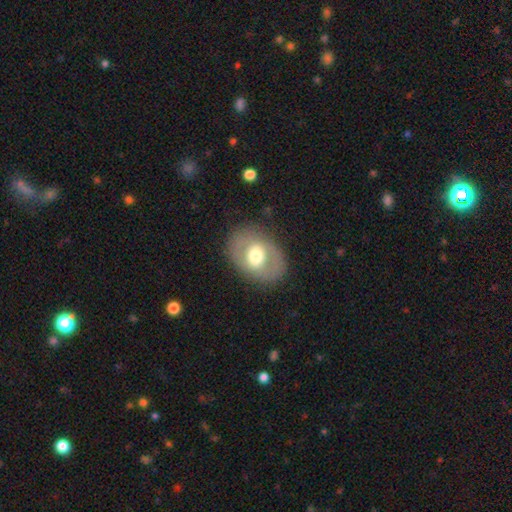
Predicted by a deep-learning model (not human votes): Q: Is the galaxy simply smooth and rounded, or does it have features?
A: smooth — 49%.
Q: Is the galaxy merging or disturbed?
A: none — 79%.